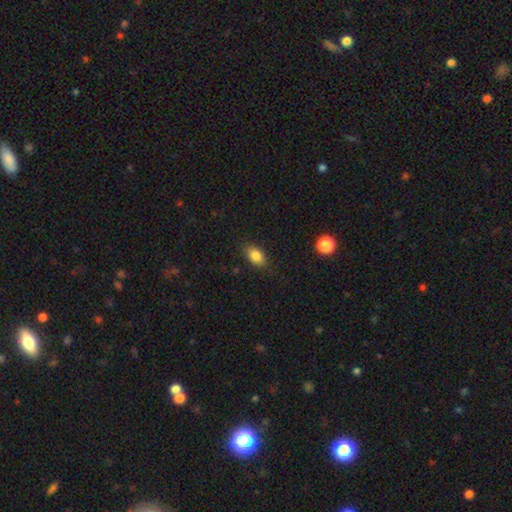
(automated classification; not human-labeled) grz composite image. It shows a smooth galaxy with no disk features (84%) that is in between round and cigar-shaped (86%). Merging: none (85%).